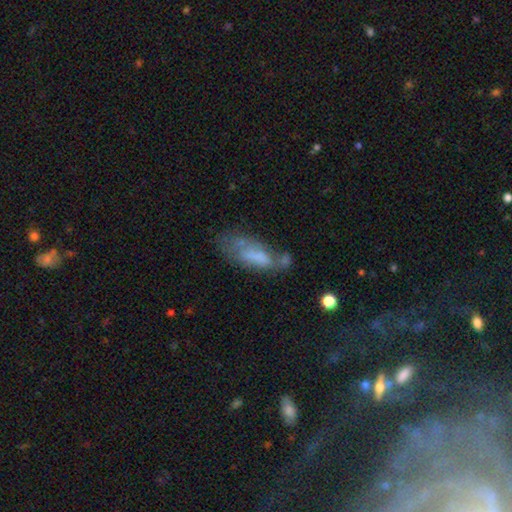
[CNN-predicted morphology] This is possibly a smooth galaxy (57%). How rounded: likely in between (69%). Merging: marginally none (31%).